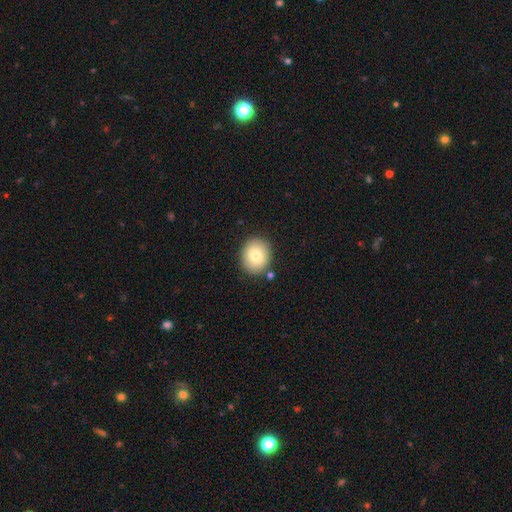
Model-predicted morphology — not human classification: A smooth galaxy with no disk features (77%) that is round (70%). Merging: none (85%).